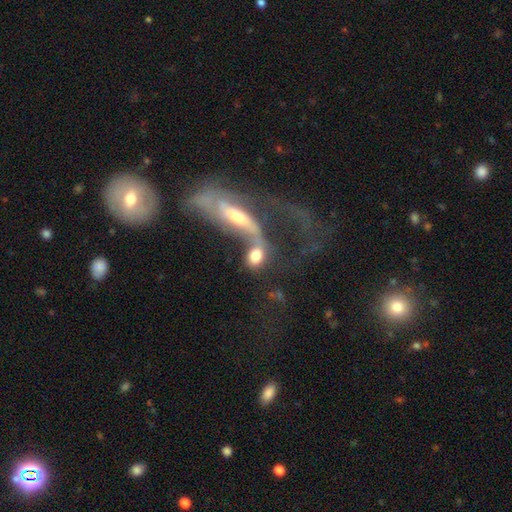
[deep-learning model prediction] Smooth or featured? smooth (59%)
How rounded? in between (65%)
Merging? merger (60%)